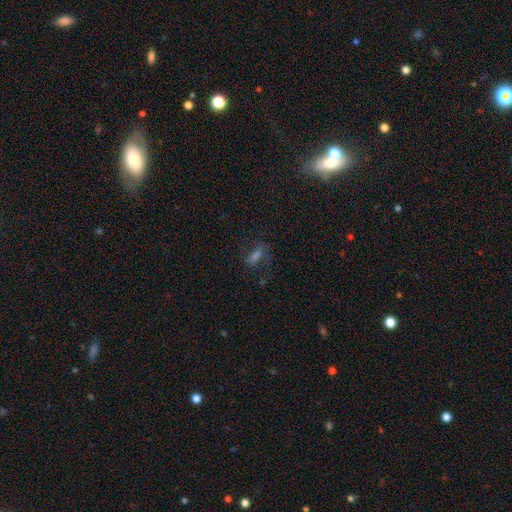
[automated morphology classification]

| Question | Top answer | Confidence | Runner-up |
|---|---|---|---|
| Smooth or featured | smooth | 40% | featured or disk (31%) |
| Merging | none | 64% | minor disturbance (18%) |